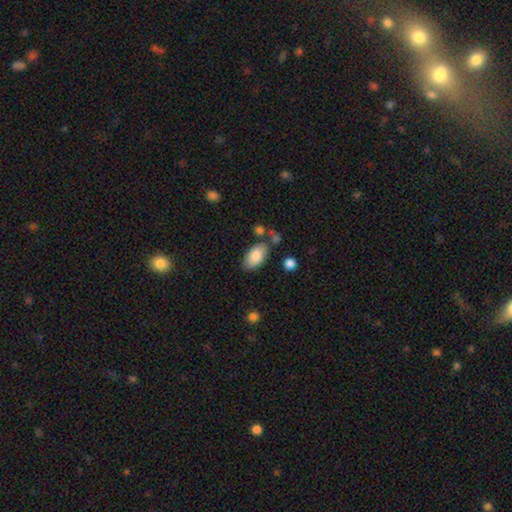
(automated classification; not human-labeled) smooth 85%, featured or disk 9%, star or artifact 6%. Down the decision tree: how rounded — in between (94%); merging — none (74%).